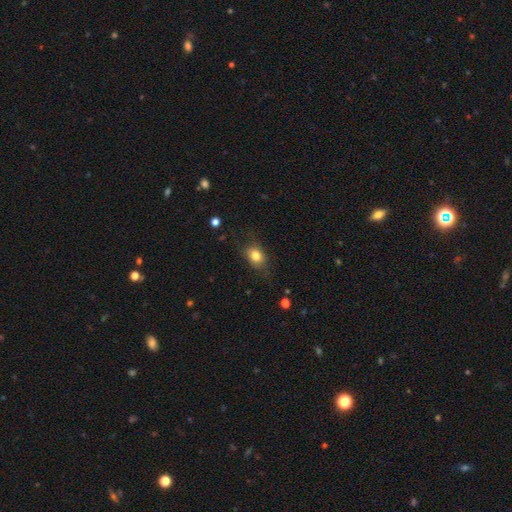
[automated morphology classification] This is clearly a smooth galaxy (80%). How rounded: likely in between (64%). Merging: likely none (71%).